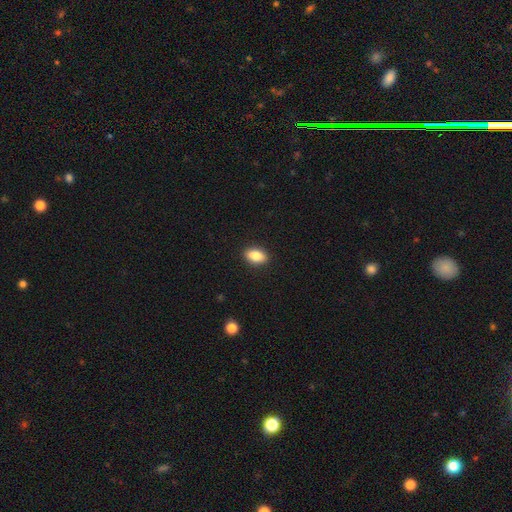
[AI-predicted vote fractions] Smooth or featured? Predicted: smooth (p=0.85). How rounded? Predicted: in between (p=0.88). Merging? Predicted: none (p=0.91).